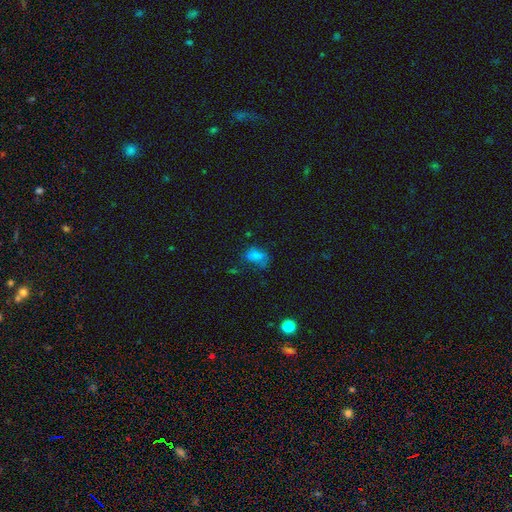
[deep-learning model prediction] Overall: smooth (70%). How rounded: in between (83%). Merging: none (43%; minor disturbance 28%).